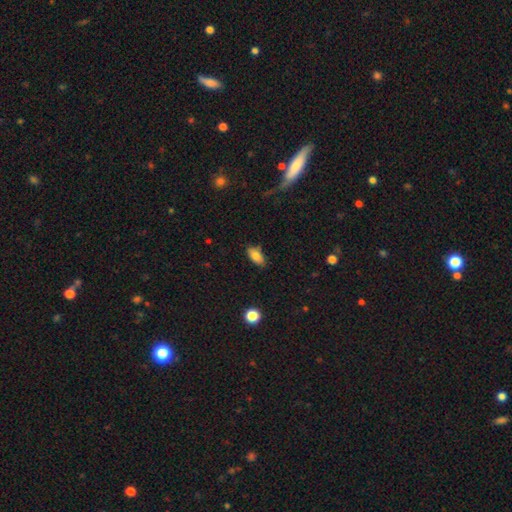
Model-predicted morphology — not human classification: Smooth or featured? smooth (81%)
How rounded? in between (90%)
Merging? none (81%)